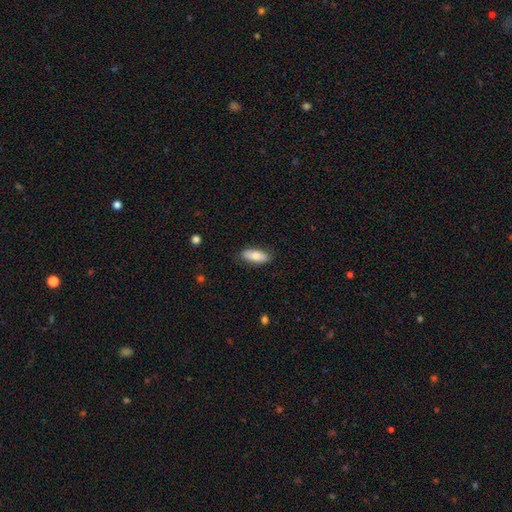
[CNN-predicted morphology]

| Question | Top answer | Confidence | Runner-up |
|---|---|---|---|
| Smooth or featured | smooth | 75% | featured or disk (19%) |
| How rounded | in between | 75% | cigar-shaped (22%) |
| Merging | none | 84% | minor disturbance (12%) |